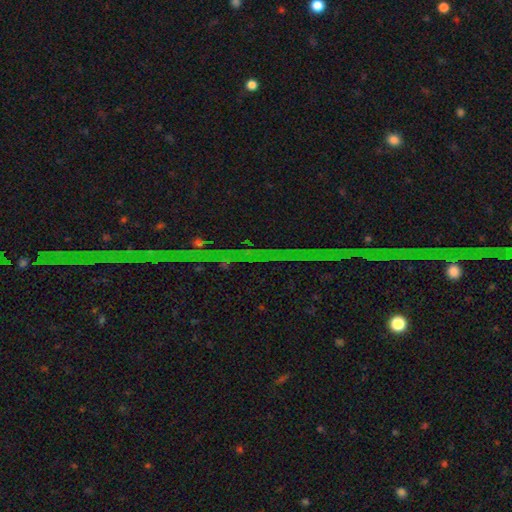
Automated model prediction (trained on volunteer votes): Overall: star or artifact (82%).